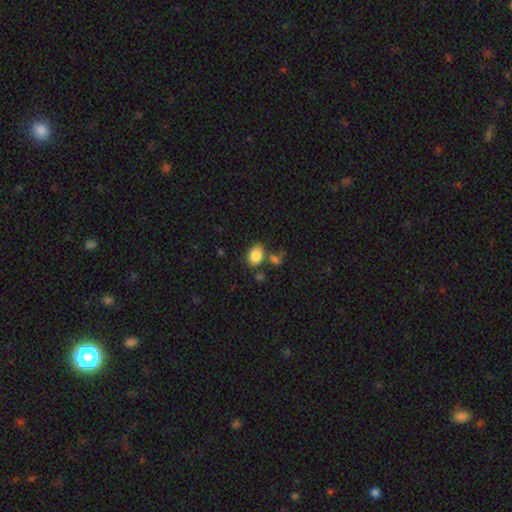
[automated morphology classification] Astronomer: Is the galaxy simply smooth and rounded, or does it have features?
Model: smooth — 85%.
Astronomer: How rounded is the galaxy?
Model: in between — 75%.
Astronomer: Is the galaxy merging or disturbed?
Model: none — 65%.